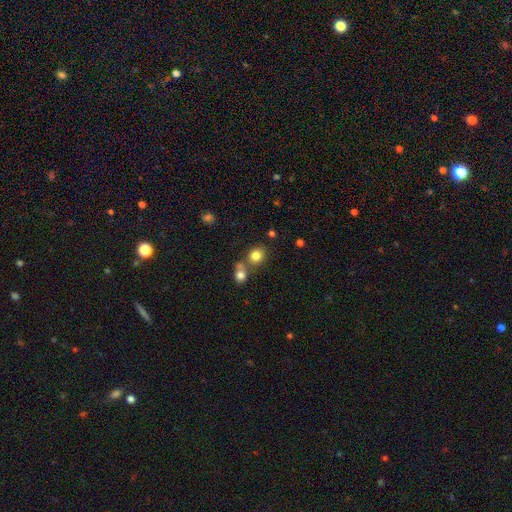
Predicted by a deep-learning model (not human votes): A smooth galaxy with no disk features (81%) that is round (79%).

Vote fractions:
- Smooth or featured? smooth: 81% / star or artifact: 12% / featured or disk: 7%
- How rounded? round: 79% / in between: 20% / cigar-shaped: 1%
- Merging? none: 62% / merger: 26% / minor disturbance: 9% / major disturbance: 3%